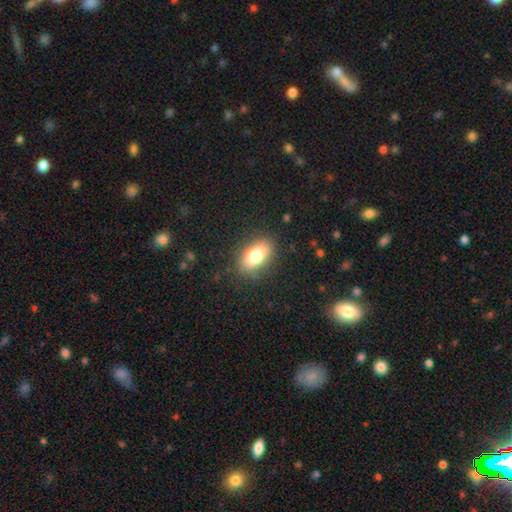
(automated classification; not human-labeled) This appears to be a smooth galaxy with no disk features (79%) that is in between round and cigar-shaped (91%). Merging: none (83%).